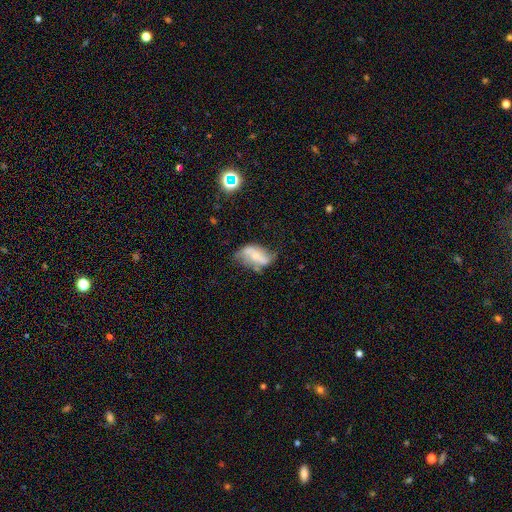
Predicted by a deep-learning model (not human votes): Smooth or featured: featured or disk — 62% (smooth — 29%)
Edge-on disk: no — 94% (yes — 6%)
Bar: no — 37% (weak — 33%)
Spiral arms: yes — 77% (no — 23%)
Bulge size: small — 54% (moderate — 31%)
Merging: none — 45% (minor disturbance — 31%)